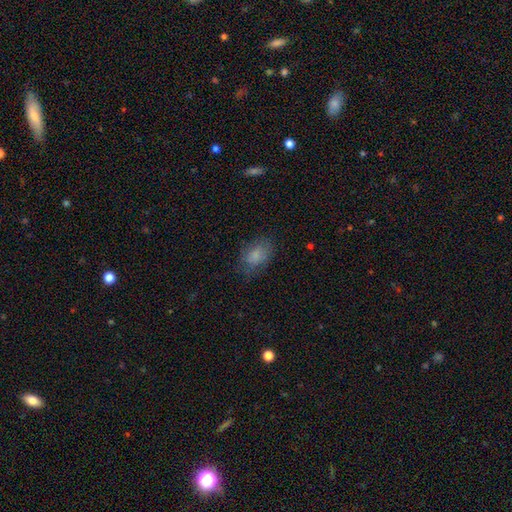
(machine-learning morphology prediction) A smooth galaxy with no disk features (79%) that is in between round and cigar-shaped (84%).

Vote fractions:
- Smooth or featured? smooth: 79% / featured or disk: 12% / star or artifact: 9%
- How rounded? in between: 84% / round: 15% / cigar-shaped: 2%
- Merging? none: 67% / minor disturbance: 22% / major disturbance: 10% / merger: 1%